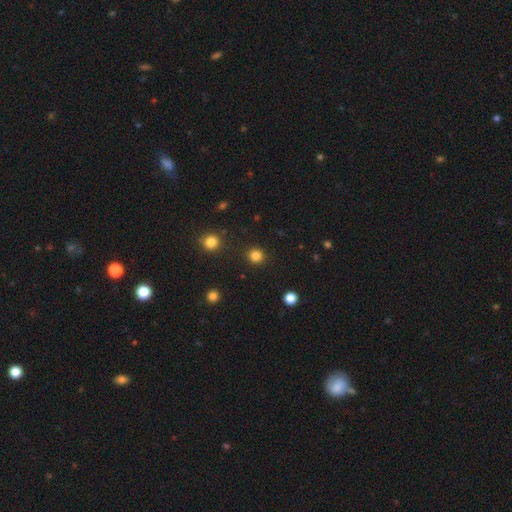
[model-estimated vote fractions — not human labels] smooth-or-featured: smooth: 83% | star or artifact: 13% | featured or disk: 4%
  how-rounded: round: 91% | in between: 8% | cigar-shaped: 1%
  merging: none: 90% | minor disturbance: 6% | major disturbance: 2% | merger: 2%